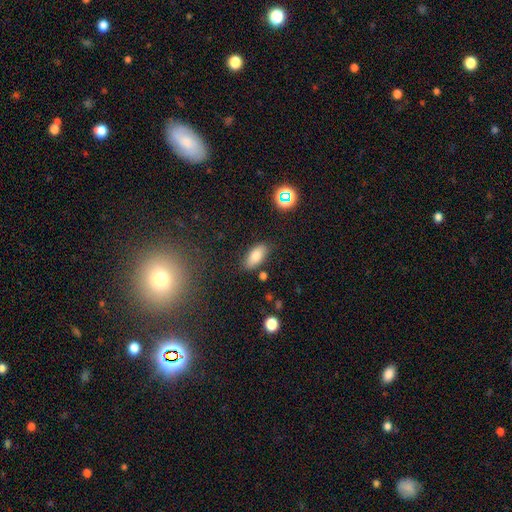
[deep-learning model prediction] Smooth or featured? Predicted: smooth (p=0.80). How rounded? Predicted: in between (p=0.88). Merging? Predicted: none (p=0.82).